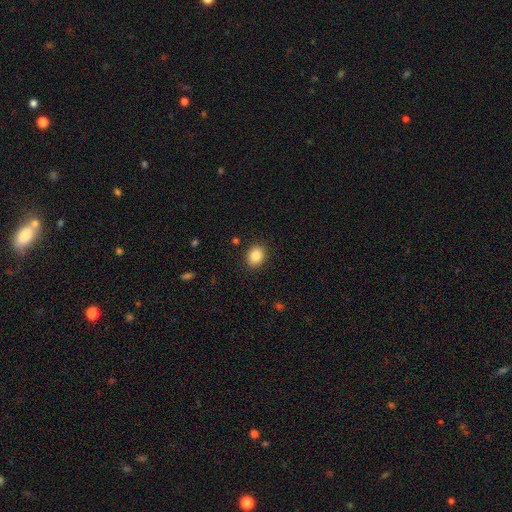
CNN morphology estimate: A smooth galaxy with no disk features (86%) that is in between round and cigar-shaped (50%). Merging: none (89%).